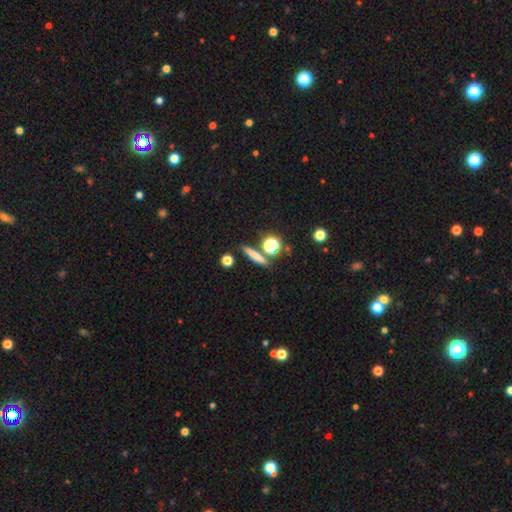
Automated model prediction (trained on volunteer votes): Morphology: type=smooth (71%); roundness=cigar-shaped (71%); merging=none (80%).